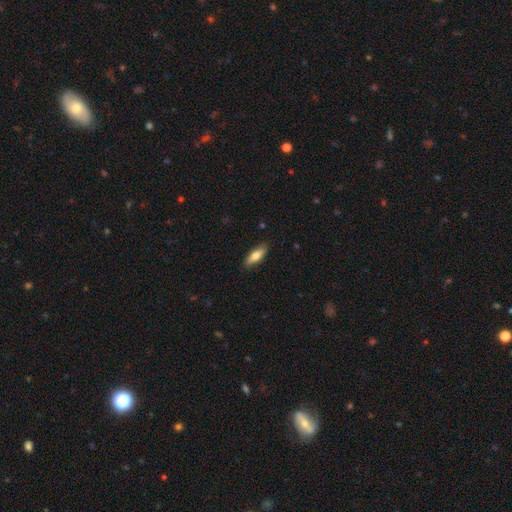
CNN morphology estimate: Smooth or featured: smooth — 74% (featured or disk — 20%)
How rounded: in between — 60% (cigar-shaped — 38%)
Merging: none — 86% (minor disturbance — 11%)